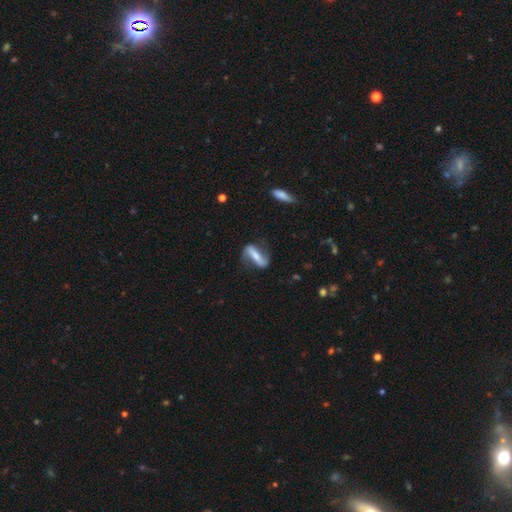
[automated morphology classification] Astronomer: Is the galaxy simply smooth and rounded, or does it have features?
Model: featured or disk — 73%.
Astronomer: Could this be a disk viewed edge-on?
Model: no — 83%.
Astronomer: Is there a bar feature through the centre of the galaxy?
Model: strong — 69%.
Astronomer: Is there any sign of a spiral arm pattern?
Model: yes — 86%.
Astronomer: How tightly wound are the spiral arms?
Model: loose — 62%.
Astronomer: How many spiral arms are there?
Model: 2 — 89%.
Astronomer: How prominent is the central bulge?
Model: small — 45% (runner-up: moderate, 40%).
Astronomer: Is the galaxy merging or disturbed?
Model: none — 71%.